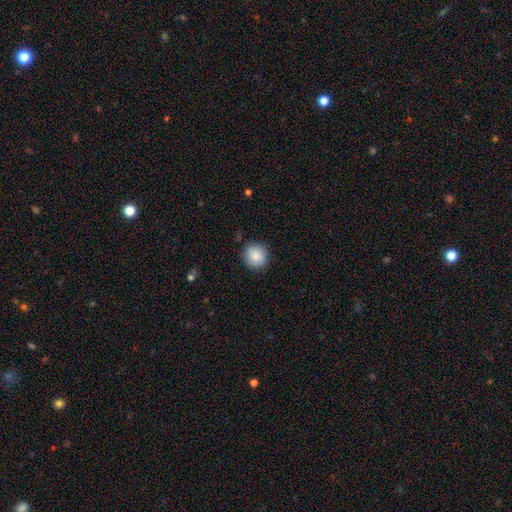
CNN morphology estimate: Smooth or featured? Predicted: smooth (p=0.86). How rounded? Predicted: round (p=0.92). Merging? Predicted: none (p=0.88).